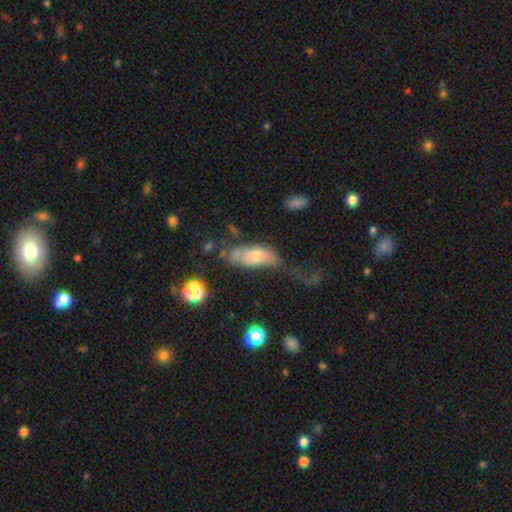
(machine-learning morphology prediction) This appears to be a smooth galaxy with no disk features (58%) that is in between round and cigar-shaped (77%). Merging: major disturbance (39%).